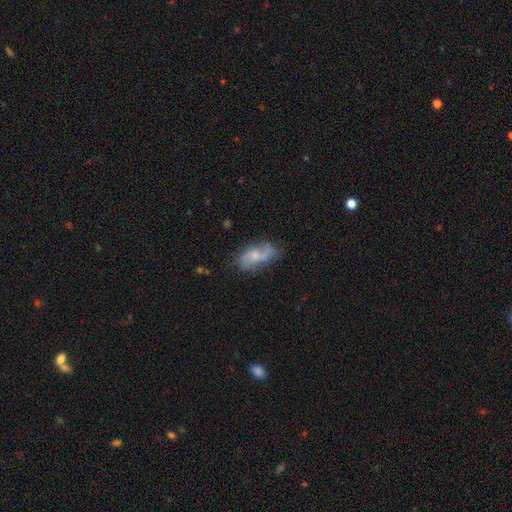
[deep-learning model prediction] Q: Smooth or featured?
A: featured or disk (63%); runner-up: smooth (29%)
Q: Edge-on disk?
A: no (94%); runner-up: yes (6%)
Q: Bar?
A: no (59%); runner-up: weak (35%)
Q: Spiral arms?
A: yes (80%); runner-up: no (20%)
Q: Bulge size?
A: small (52%); runner-up: moderate (34%)
Q: Merging?
A: none (57%); runner-up: minor disturbance (26%)